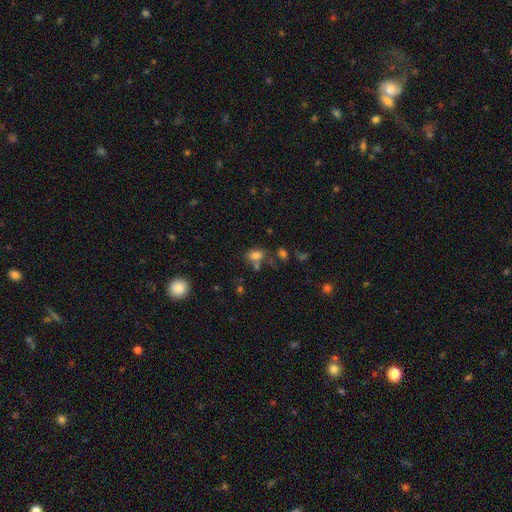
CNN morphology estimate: Smooth or featured? smooth (78%)
How rounded? in between (83%)
Merging? none (55%)